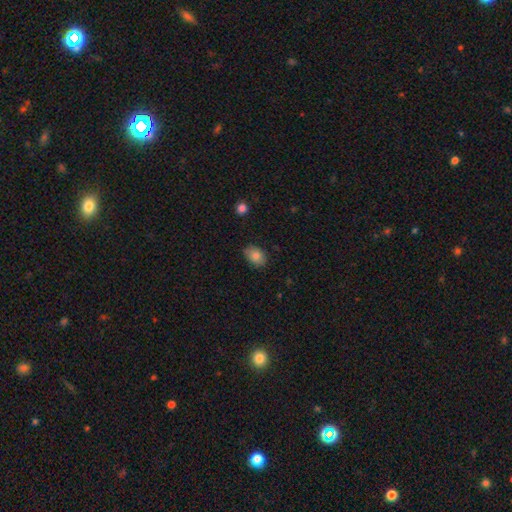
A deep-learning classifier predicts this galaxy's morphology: Smooth or featured? smooth (82%)
How rounded? in between (77%)
Merging? none (78%)